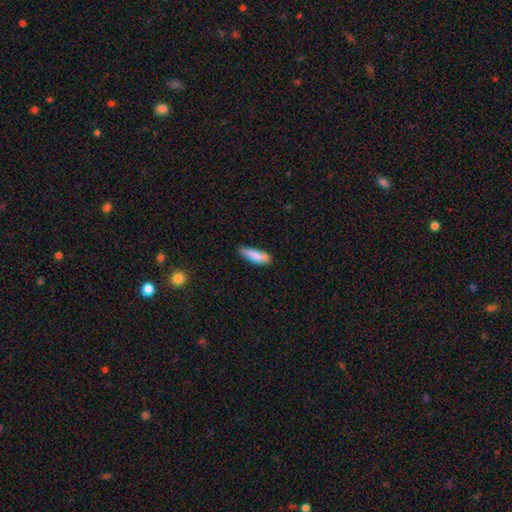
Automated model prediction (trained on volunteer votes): This is clearly a smooth galaxy (85%). How rounded: possibly cigar-shaped (59%). Merging: likely none (73%).